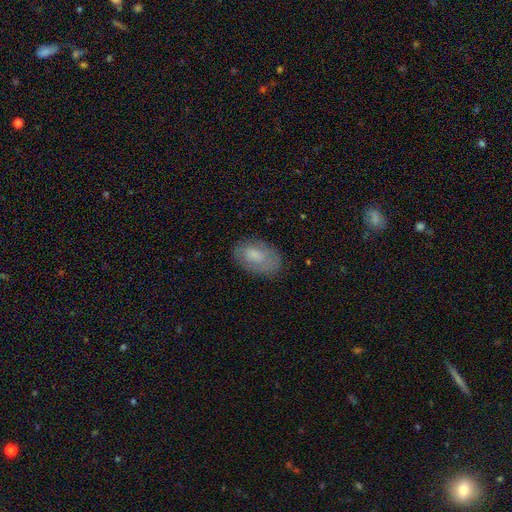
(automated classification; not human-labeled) Overall: smooth (69%). How rounded: in between (90%). Merging: none (74%).